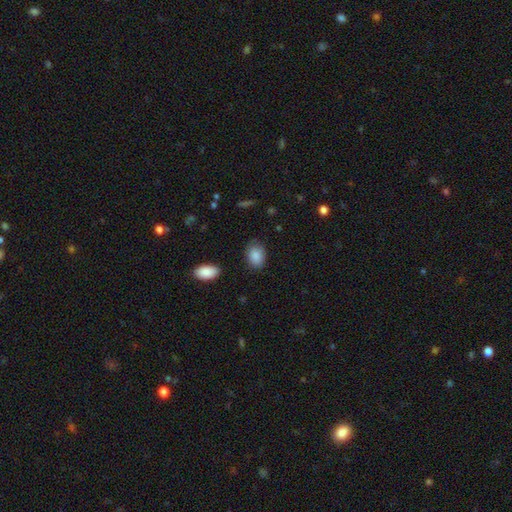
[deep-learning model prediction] The model was most divided on "merging": none: 79%, minor disturbance: 16%, major disturbance: 4%, merger: 2%. More confident: smooth or featured — smooth (87%); how rounded — in between (83%).